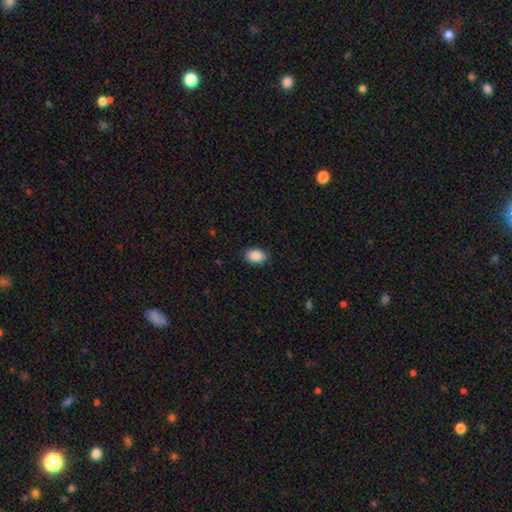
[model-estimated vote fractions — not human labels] Overall: smooth (89%). How rounded: in between (81%). Merging: none (87%).